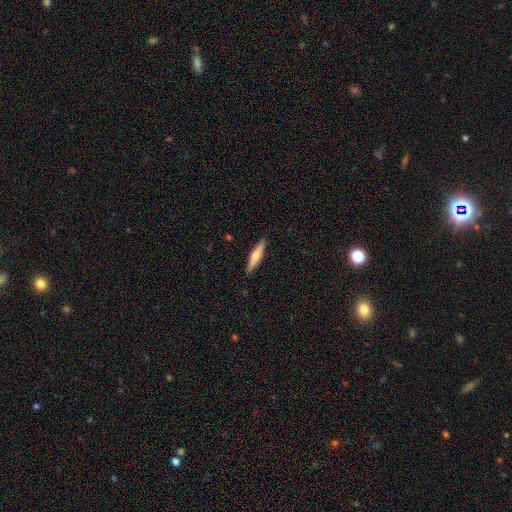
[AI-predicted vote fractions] Q: Smooth or featured?
A: smooth (54%); runner-up: featured or disk (40%)
Q: How rounded?
A: cigar-shaped (87%); runner-up: in between (12%)
Q: Merging?
A: none (90%); runner-up: minor disturbance (7%)